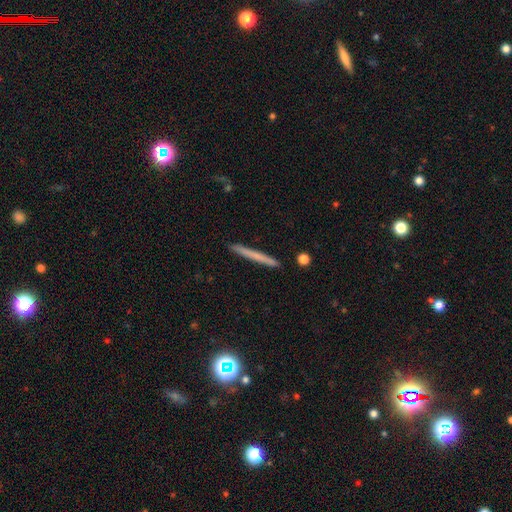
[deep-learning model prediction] Overall: smooth (60%; featured or disk 33%). How rounded: cigar-shaped (97%). Merging: none (91%).